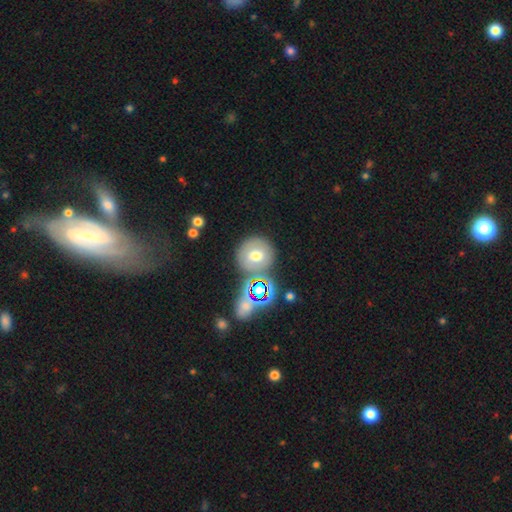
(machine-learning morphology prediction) Smooth or featured? Predicted: smooth (p=0.60). How rounded? Predicted: round (p=0.89). Merging? Predicted: none (p=0.72).